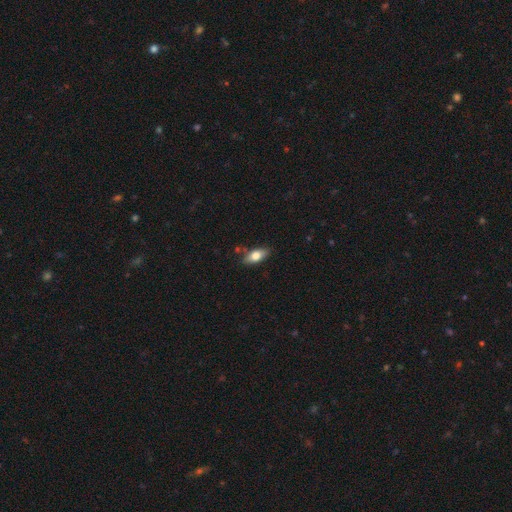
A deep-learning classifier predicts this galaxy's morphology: Smooth or featured? smooth (73%)
How rounded? in between (84%)
Merging? none (78%)